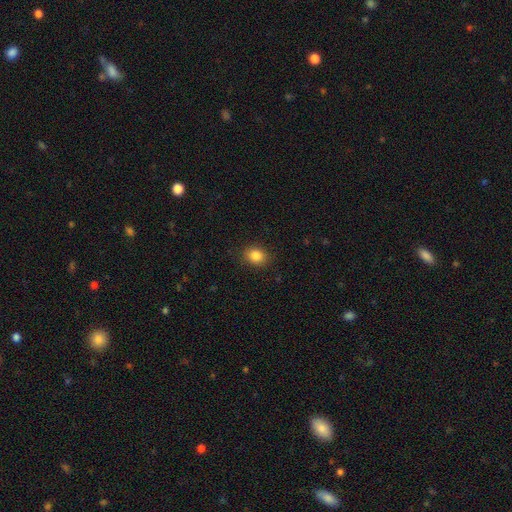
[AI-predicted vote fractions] A smooth galaxy with no disk features (86%) that is in between round and cigar-shaped (51%).

Vote fractions:
- Smooth or featured? smooth: 86% / star or artifact: 10% / featured or disk: 4%
- How rounded? in between: 51% / round: 48% / cigar-shaped: 1%
- Merging? none: 88% / minor disturbance: 9% / major disturbance: 3% / merger: 1%